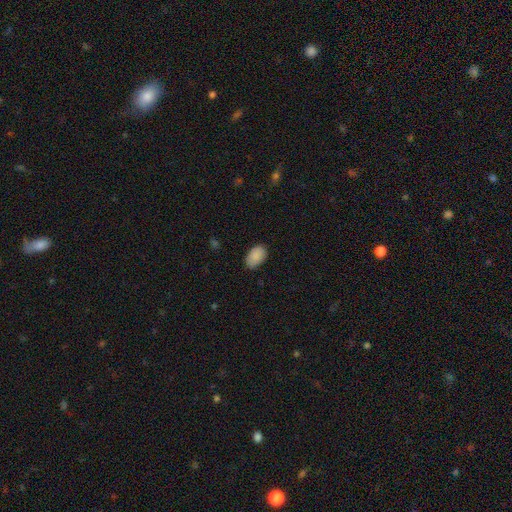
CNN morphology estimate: Q: Smooth or featured?
A: smooth (89%); runner-up: star or artifact (7%)
Q: How rounded?
A: in between (92%); runner-up: round (7%)
Q: Merging?
A: none (84%); runner-up: minor disturbance (13%)